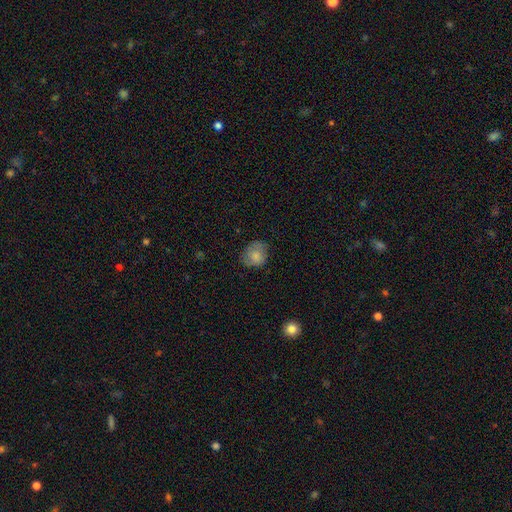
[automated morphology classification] smooth 76%, featured or disk 16%, star or artifact 8%. Down the decision tree: how rounded — round (61%); merging — none (67%).